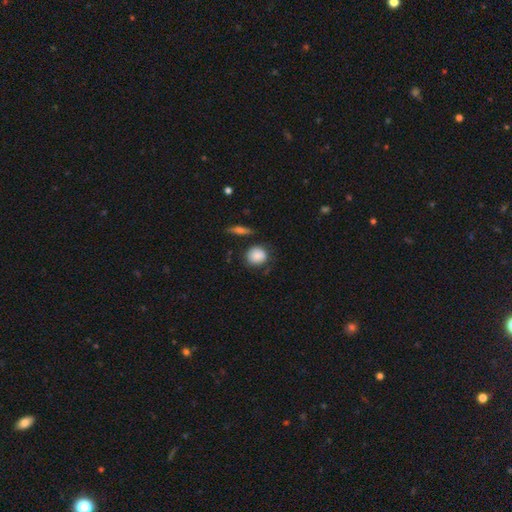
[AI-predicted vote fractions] Q: Smooth or featured?
A: smooth (86%); runner-up: star or artifact (8%)
Q: How rounded?
A: round (81%); runner-up: in between (18%)
Q: Merging?
A: none (74%); runner-up: minor disturbance (18%)